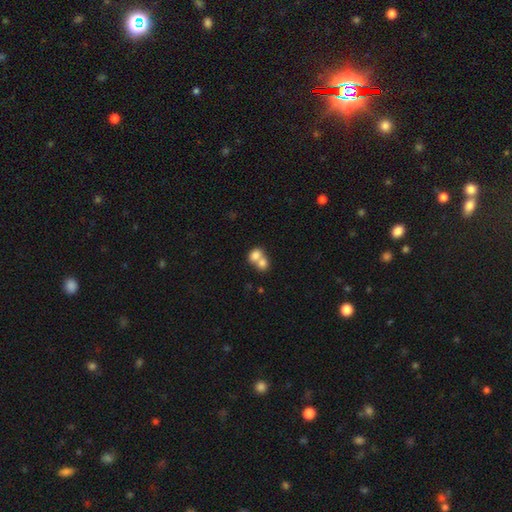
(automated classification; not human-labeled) smooth 76%, featured or disk 15%, star or artifact 9%. Down the decision tree: how rounded — in between (52%); merging — merger (70%).